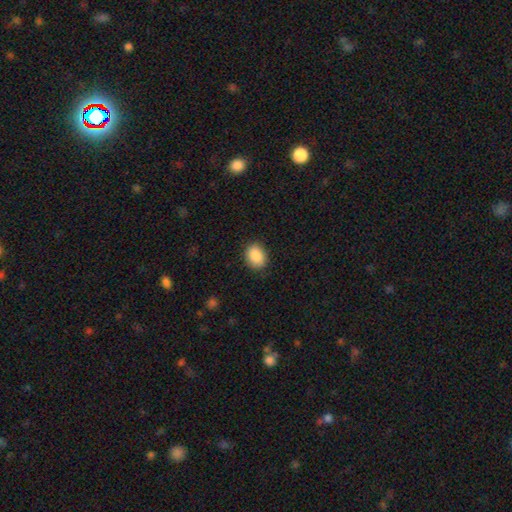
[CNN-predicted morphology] A smooth galaxy with no disk features (89%) that is in between round and cigar-shaped (64%). Merging: none (86%).